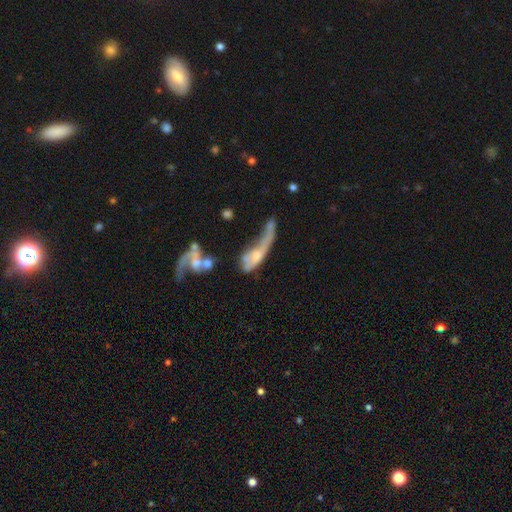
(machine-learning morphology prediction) A featured or disk galaxy (49%). Merging: merger (39%).